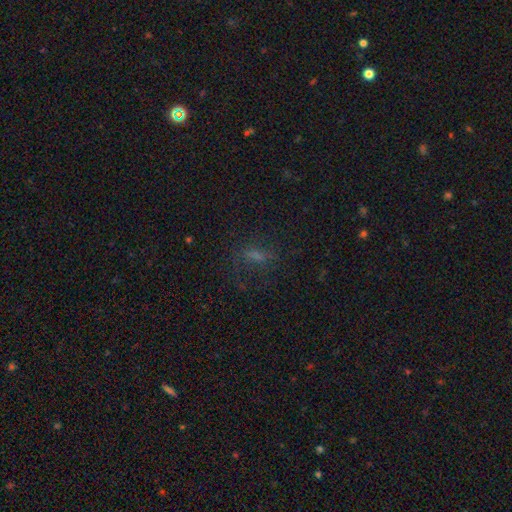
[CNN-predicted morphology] A smooth galaxy with no disk features (48%). Merging: none (61%).